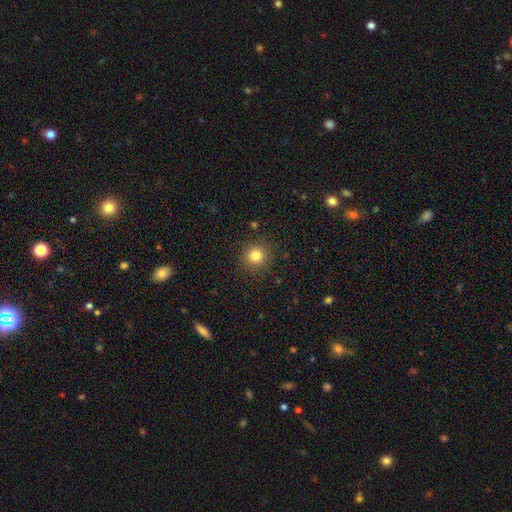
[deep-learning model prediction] This appears to be a smooth galaxy with no disk features (81%) that is round (92%). Merging: none (89%).